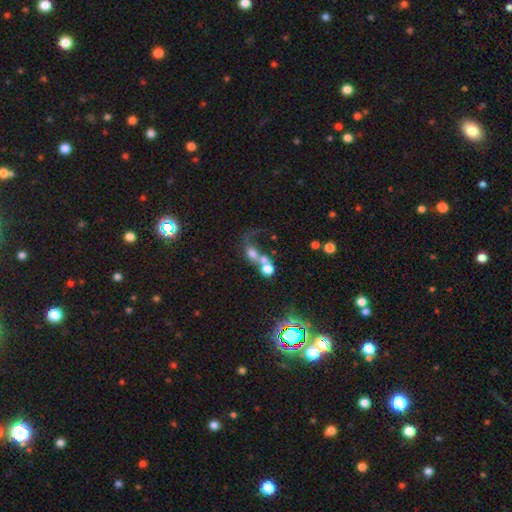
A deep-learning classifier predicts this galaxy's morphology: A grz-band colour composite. It shows a smooth galaxy with no disk features (48%). Merging: merger (57%).